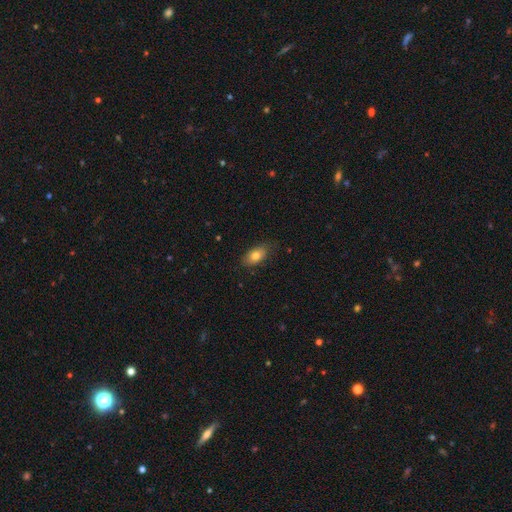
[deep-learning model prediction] smooth-or-featured: smooth: 76% | featured or disk: 16% | star or artifact: 8%
  how-rounded: in between: 89% | round: 7% | cigar-shaped: 4%
  merging: none: 77% | minor disturbance: 19% | major disturbance: 3% | merger: 1%